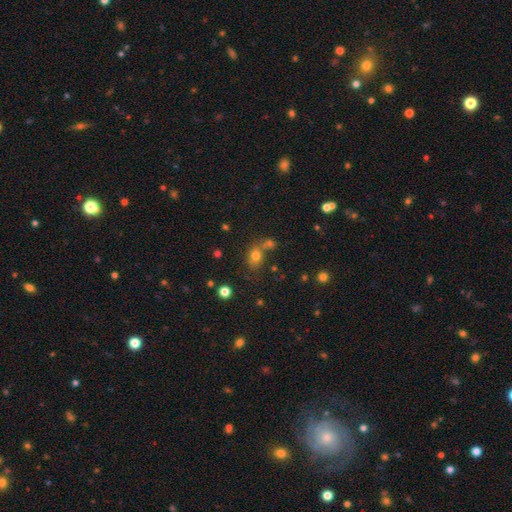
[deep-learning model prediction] smooth-or-featured: smooth: 74% | star or artifact: 17% | featured or disk: 10%
  how-rounded: in between: 52% | round: 46% | cigar-shaped: 1%
  merging: none: 54% | merger: 26% | minor disturbance: 13% | major disturbance: 6%